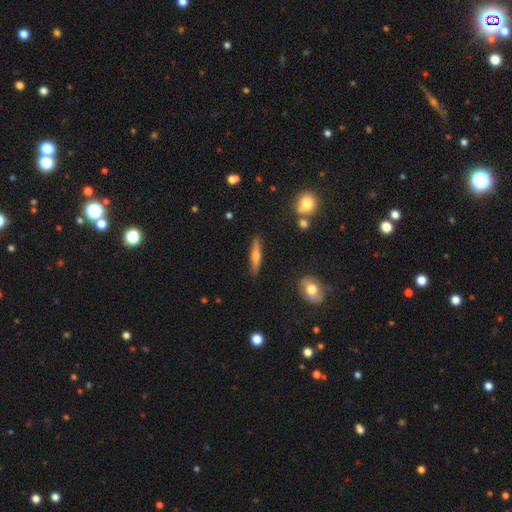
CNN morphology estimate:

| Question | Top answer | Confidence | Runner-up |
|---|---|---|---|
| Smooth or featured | featured or disk | 48% | smooth (45%) |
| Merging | none | 88% | minor disturbance (8%) |